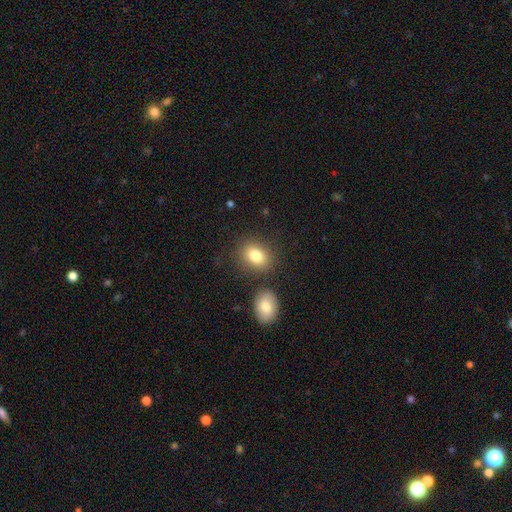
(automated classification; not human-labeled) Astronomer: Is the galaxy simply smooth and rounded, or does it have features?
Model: smooth — 82%.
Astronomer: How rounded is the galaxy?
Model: in between — 58% (runner-up: round, 41%).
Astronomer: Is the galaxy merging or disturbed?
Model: none — 75%.